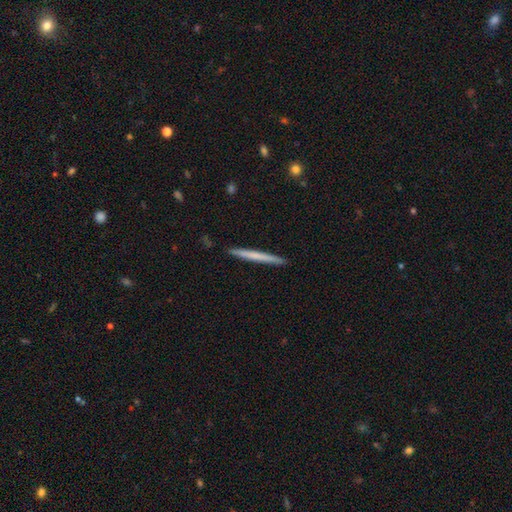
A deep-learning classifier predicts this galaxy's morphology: Q: Smooth or featured?
A: smooth (57%); runner-up: featured or disk (38%)
Q: How rounded?
A: cigar-shaped (97%); runner-up: in between (2%)
Q: Merging?
A: none (92%); runner-up: minor disturbance (6%)